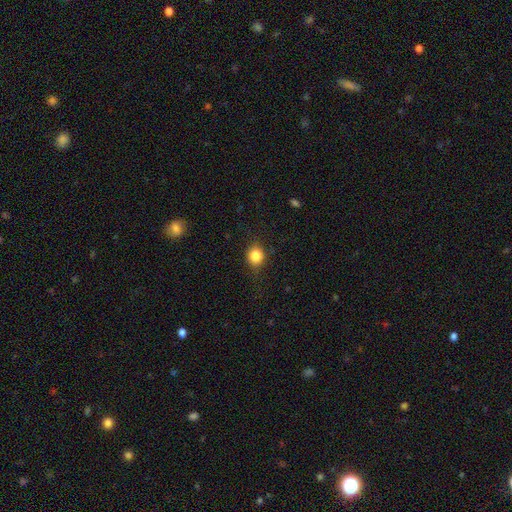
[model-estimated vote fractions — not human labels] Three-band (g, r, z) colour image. It shows a smooth galaxy with no disk features (84%) that is round (78%). Merging: none (82%).